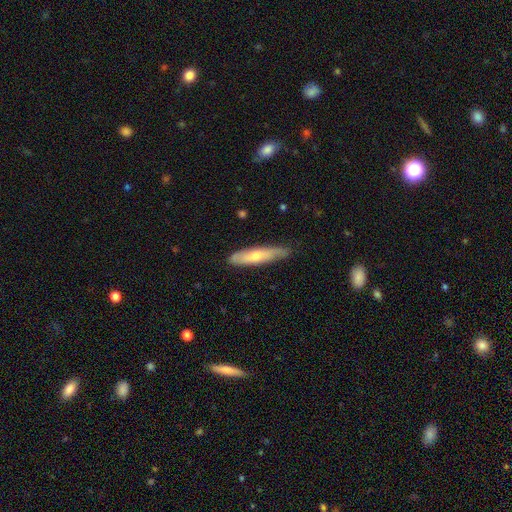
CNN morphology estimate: The model was most divided on "smooth or featured" (2-way tie): smooth: 45%, featured or disk: 45%, star or artifact: 9%. More confident: merging — none (82%).